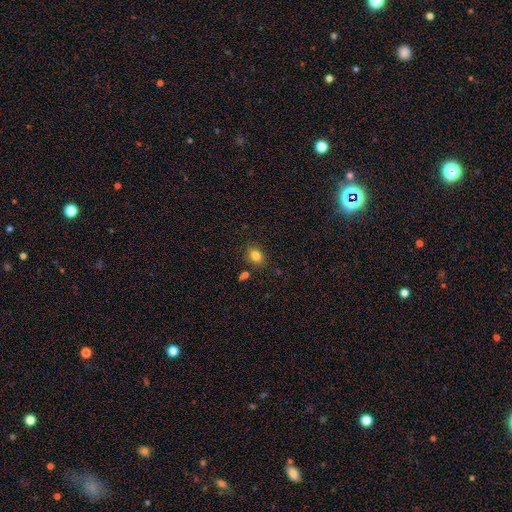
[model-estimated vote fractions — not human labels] This appears to be a smooth galaxy with no disk features (81%) that is in between round and cigar-shaped (57%). Merging: none (81%).